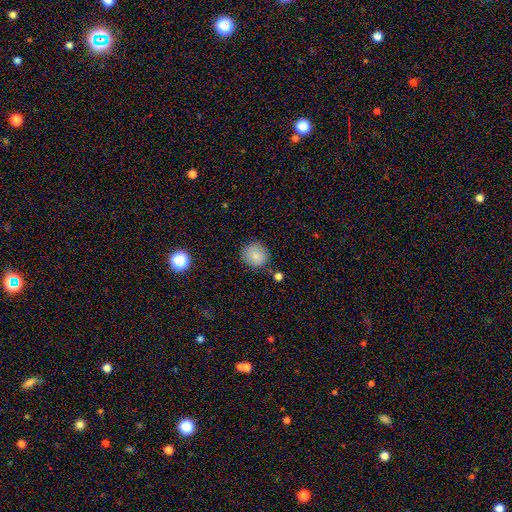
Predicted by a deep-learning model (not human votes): Smooth or featured?
  - smooth: 84% *
  - star or artifact: 9%
  - featured or disk: 7%
How rounded?
  - round: 89% *
  - in between: 10%
  - cigar-shaped: 1%
Merging?
  - none: 83% *
  - minor disturbance: 11%
  - merger: 3%
  - major disturbance: 3%